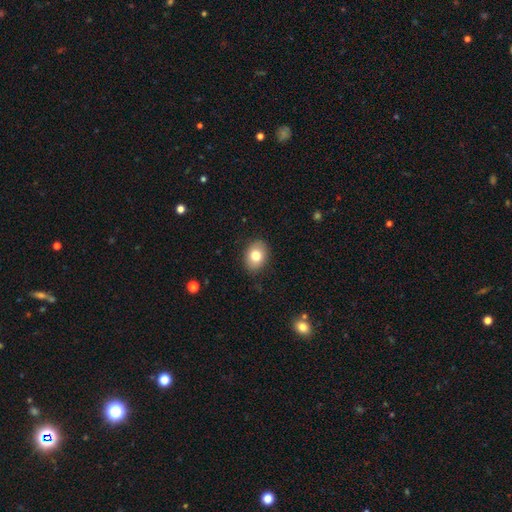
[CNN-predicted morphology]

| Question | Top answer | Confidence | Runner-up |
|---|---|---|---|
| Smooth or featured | smooth | 80% | featured or disk (12%) |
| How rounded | in between | 65% | round (34%) |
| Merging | none | 87% | minor disturbance (9%) |